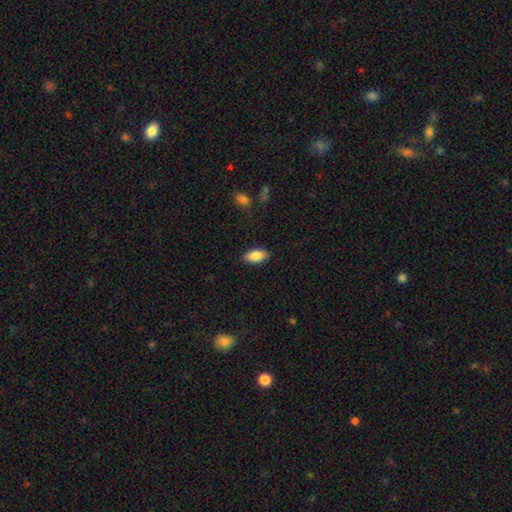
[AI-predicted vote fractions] Smooth or featured? smooth (85%)
How rounded? in between (91%)
Merging? none (87%)